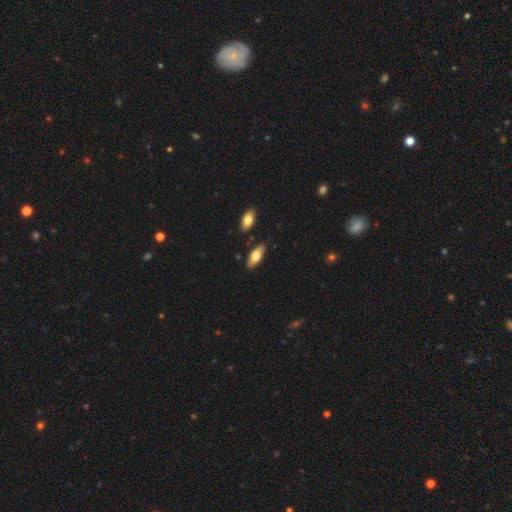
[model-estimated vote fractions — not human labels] A smooth galaxy with no disk features (75%) that is in between round and cigar-shaped (83%). Merging: none (82%).